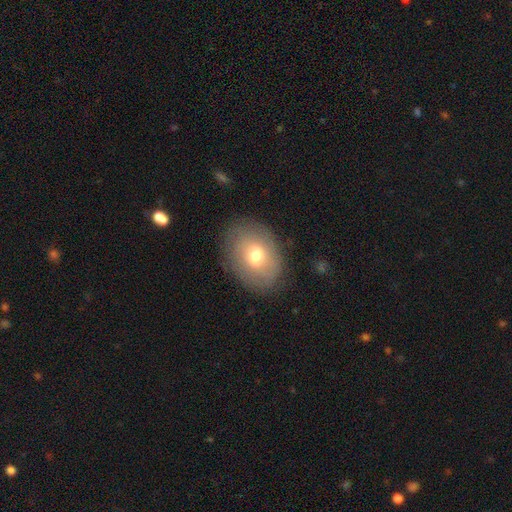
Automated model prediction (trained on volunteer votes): Smooth or featured? Predicted: smooth (p=0.65). How rounded? Predicted: in between (p=0.70). Merging? Predicted: none (p=0.81).